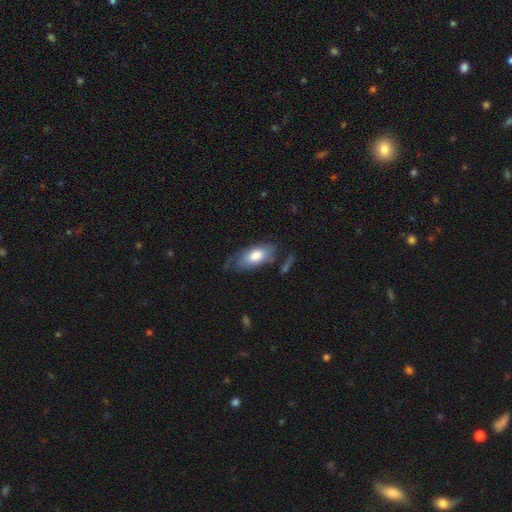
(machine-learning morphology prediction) Smooth or featured? Predicted: smooth (p=0.71). How rounded? Predicted: in between (p=0.89). Merging? Predicted: none (p=0.58).